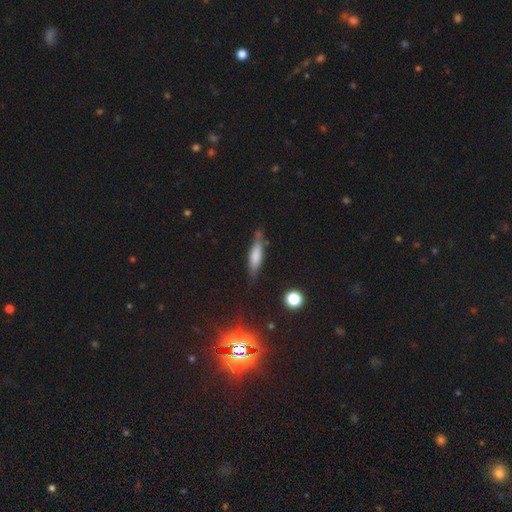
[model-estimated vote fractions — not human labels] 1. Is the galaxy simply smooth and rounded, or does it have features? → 63% smooth, 29% featured or disk, 8% star or artifact.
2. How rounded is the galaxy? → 69% cigar-shaped, 29% in between, 2% round.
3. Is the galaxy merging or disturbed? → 72% none, 20% minor disturbance, 5% major disturbance, 4% merger.